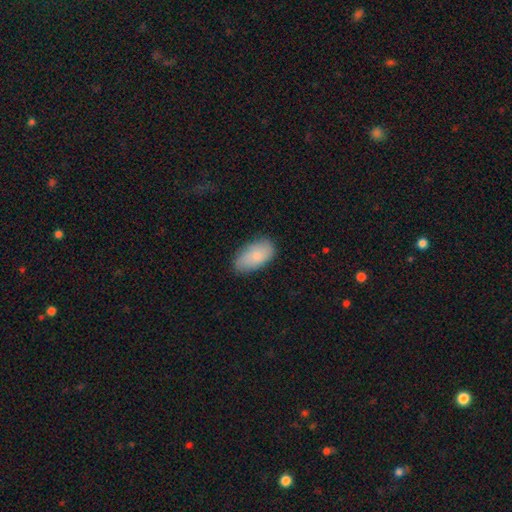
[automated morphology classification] Smooth or featured? Predicted: smooth (p=0.83). How rounded? Predicted: in between (p=0.94). Merging? Predicted: none (p=0.78).